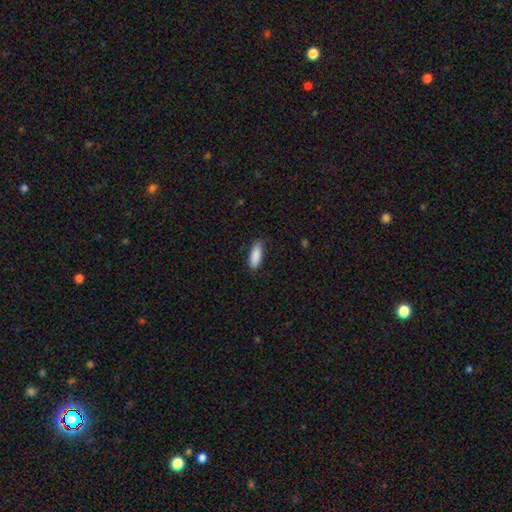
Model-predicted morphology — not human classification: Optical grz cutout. It shows a smooth galaxy with no disk features (89%) that is in between round and cigar-shaped (73%). Merging: none (82%).